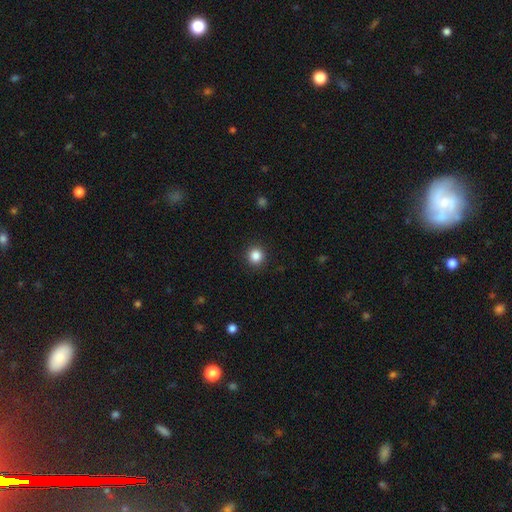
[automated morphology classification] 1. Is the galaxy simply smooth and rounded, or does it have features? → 85% smooth, 11% star or artifact, 4% featured or disk.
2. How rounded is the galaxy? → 91% round, 8% in between, 1% cigar-shaped.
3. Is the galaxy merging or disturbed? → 91% none, 6% minor disturbance, 2% major disturbance, 1% merger.